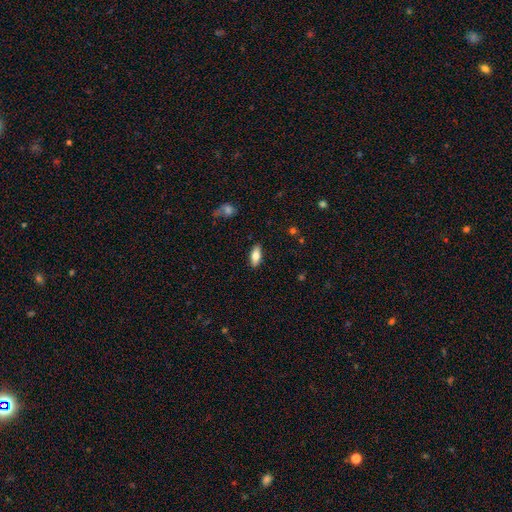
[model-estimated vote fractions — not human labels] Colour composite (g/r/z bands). It shows a smooth galaxy with no disk features (75%) that is in between round and cigar-shaped (81%). Merging: none (87%).